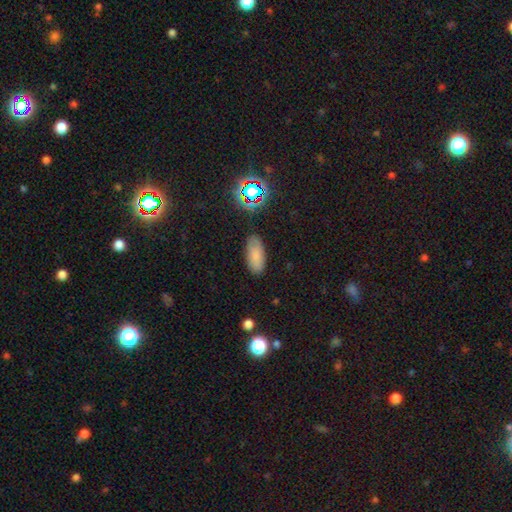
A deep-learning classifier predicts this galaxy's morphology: type=smooth (77%); roundness=in between (87%); merging=none (82%).